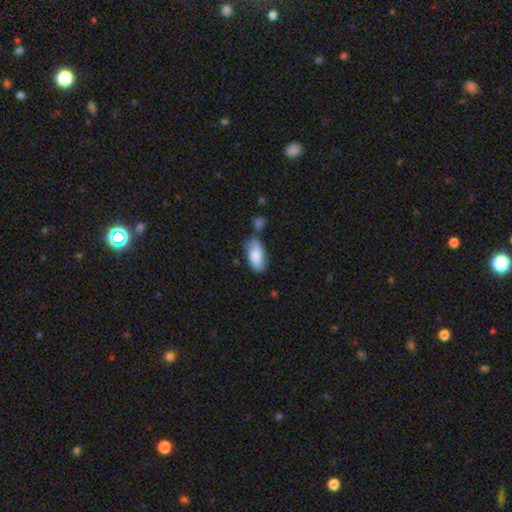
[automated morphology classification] Overall: smooth (78%). How rounded: in between (92%). Merging: none (60%; minor disturbance 22%).